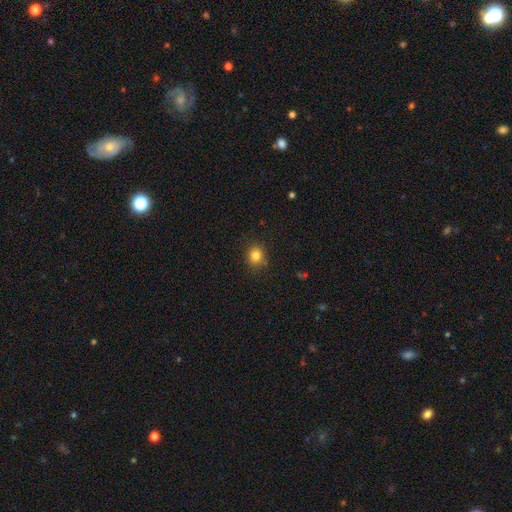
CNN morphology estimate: Smooth or featured? Predicted: smooth (p=0.82). How rounded? Predicted: round (p=0.77). Merging? Predicted: none (p=0.83).